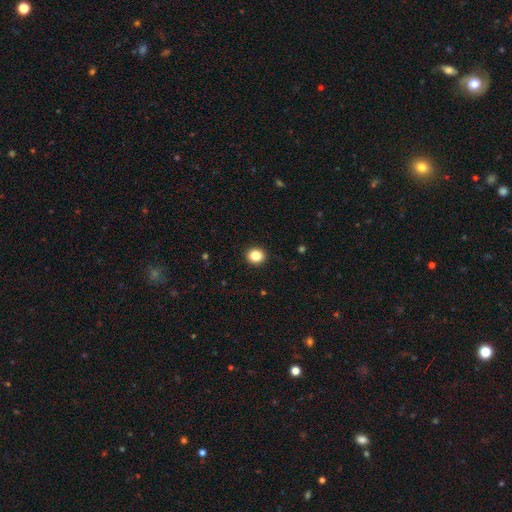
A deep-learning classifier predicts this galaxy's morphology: smooth_or_featured: smooth (p=0.85) [alt: star or artifact p=0.10]
how_rounded: round (p=0.80) [alt: in between p=0.20]
merging: none (p=0.92) [alt: minor disturbance p=0.06]